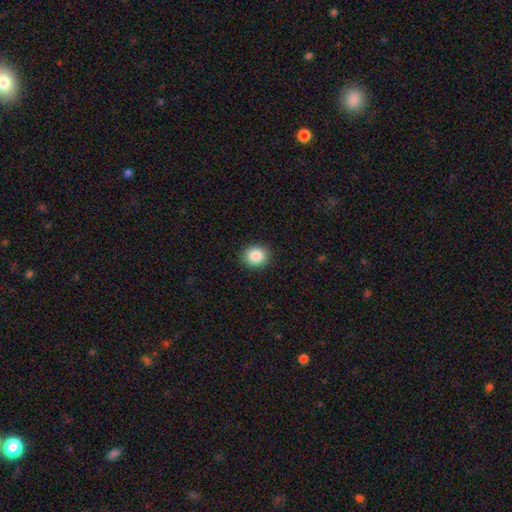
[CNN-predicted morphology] smooth_or_featured: smooth (p=0.87) [alt: star or artifact p=0.09]
how_rounded: round (p=0.77) [alt: in between p=0.22]
merging: none (p=0.91) [alt: minor disturbance p=0.06]